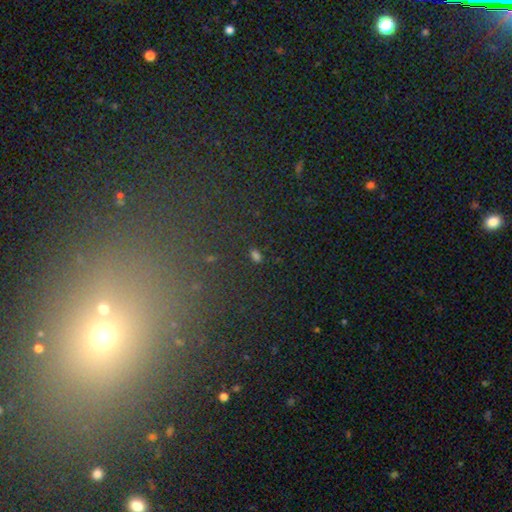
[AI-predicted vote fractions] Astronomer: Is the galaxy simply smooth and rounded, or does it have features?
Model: star or artifact — 47% (runner-up: smooth, 43%).